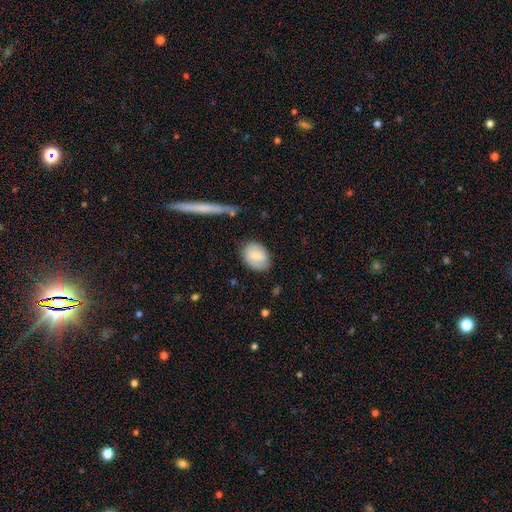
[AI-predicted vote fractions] Smooth or featured? smooth (76%)
How rounded? in between (64%)
Merging? none (76%)